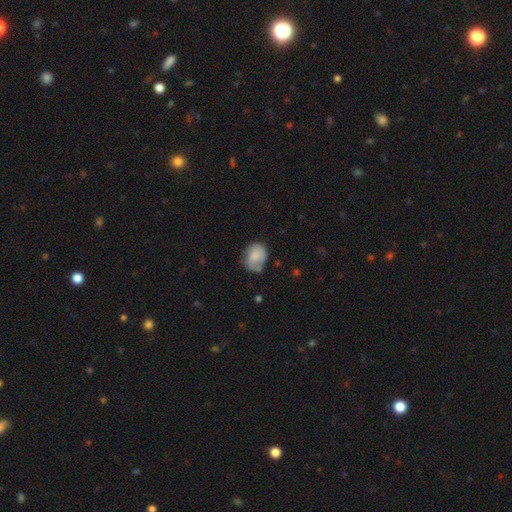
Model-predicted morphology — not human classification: type=smooth (73%); roundness=in between (53%); merging=none (51%).